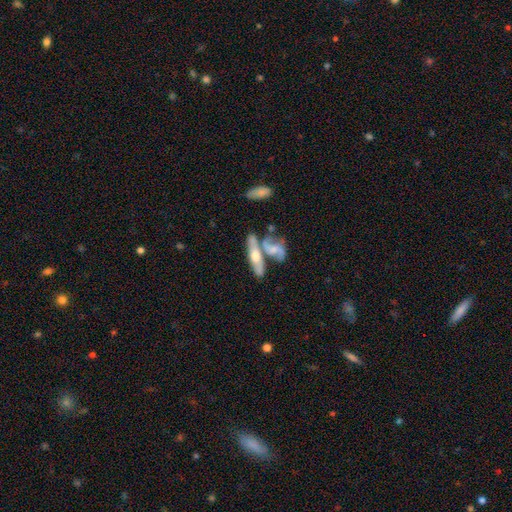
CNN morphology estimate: The model was most divided on "merging": merger: 42%, none: 38%, minor disturbance: 13%, major disturbance: 7%. More confident: smooth or featured — featured or disk (57%); edge-on disk — yes (54%).